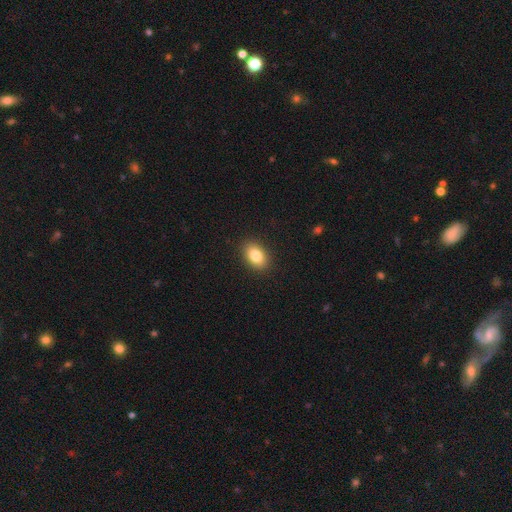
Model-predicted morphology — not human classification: The model was most divided on "how rounded": in between: 82%, round: 17%, cigar-shaped: 1%. More confident: merging — none (90%); smooth or featured — smooth (83%).